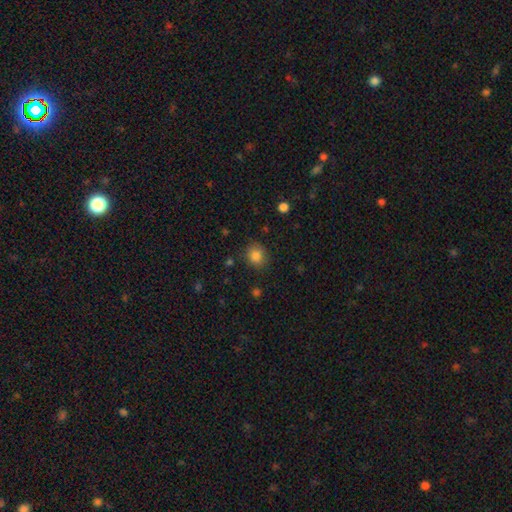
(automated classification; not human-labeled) This appears to be a smooth galaxy with no disk features (84%) that is round (75%). Merging: none (83%).